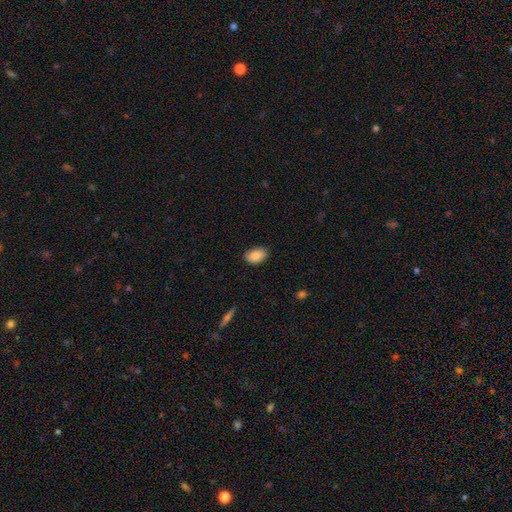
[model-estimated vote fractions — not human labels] Overall: smooth (86%). How rounded: in between (91%). Merging: none (84%).